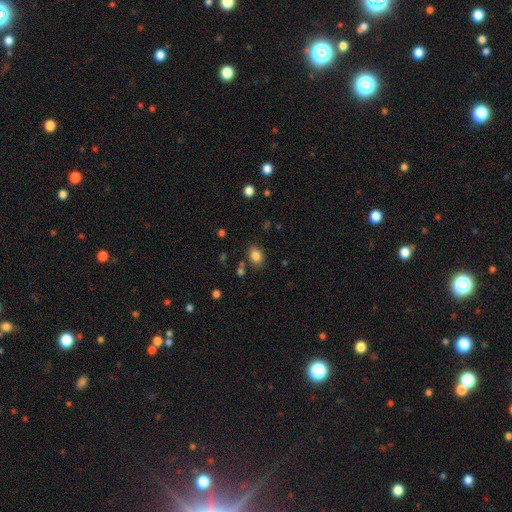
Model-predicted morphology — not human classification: A smooth galaxy with no disk features (83%) that is in between round and cigar-shaped (64%). Merging: none (79%).